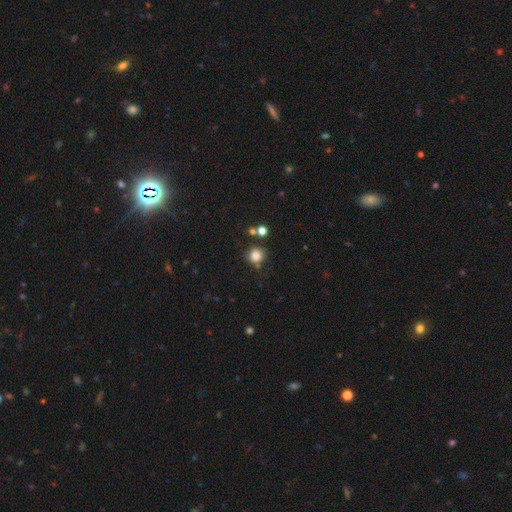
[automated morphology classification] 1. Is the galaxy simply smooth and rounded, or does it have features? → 82% smooth, 13% star or artifact, 5% featured or disk.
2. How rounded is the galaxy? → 90% round, 9% in between, 1% cigar-shaped.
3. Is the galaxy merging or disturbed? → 74% none, 12% minor disturbance, 9% merger, 4% major disturbance.